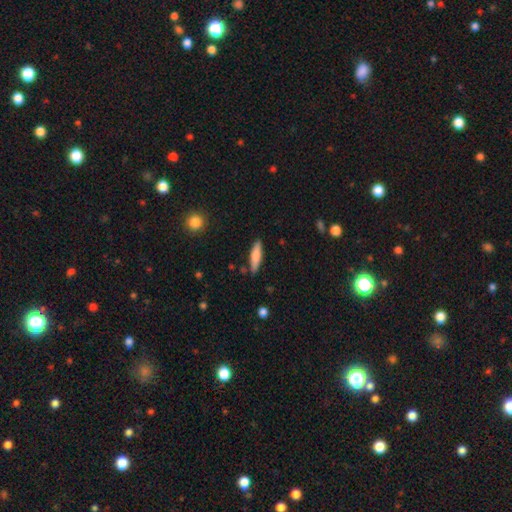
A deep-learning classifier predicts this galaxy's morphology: A smooth galaxy with no disk features (76%) that is cigar-shaped (73%).

Vote fractions:
- Smooth or featured? smooth: 76% / featured or disk: 18% / star or artifact: 6%
- How rounded? cigar-shaped: 73% / in between: 25% / round: 2%
- Merging? none: 84% / minor disturbance: 11% / major disturbance: 2% / merger: 2%